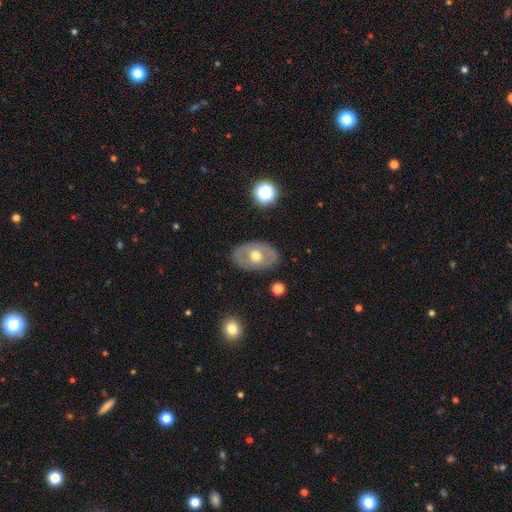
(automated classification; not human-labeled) Smooth or featured? featured or disk (49%)
Merging? none (82%)